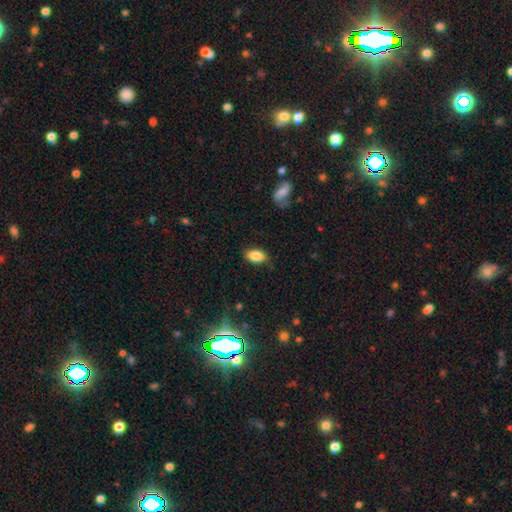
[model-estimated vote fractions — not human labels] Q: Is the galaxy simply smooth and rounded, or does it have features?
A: smooth — 85%.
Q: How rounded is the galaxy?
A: in between — 90%.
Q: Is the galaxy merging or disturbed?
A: none — 81%.